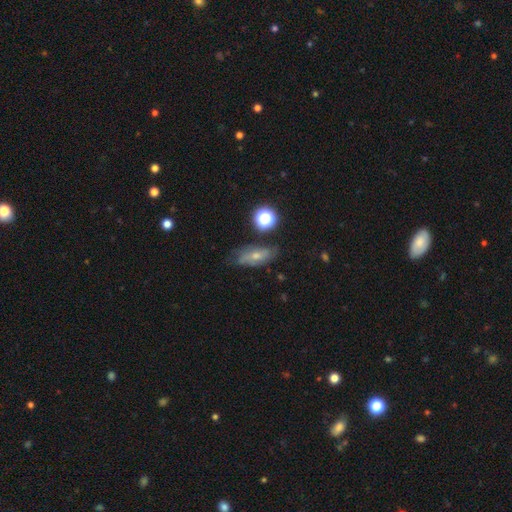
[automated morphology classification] smooth-or-featured: smooth: 47% | featured or disk: 39% | star or artifact: 13%
  merging: none: 66% | minor disturbance: 23% | major disturbance: 7% | merger: 3%